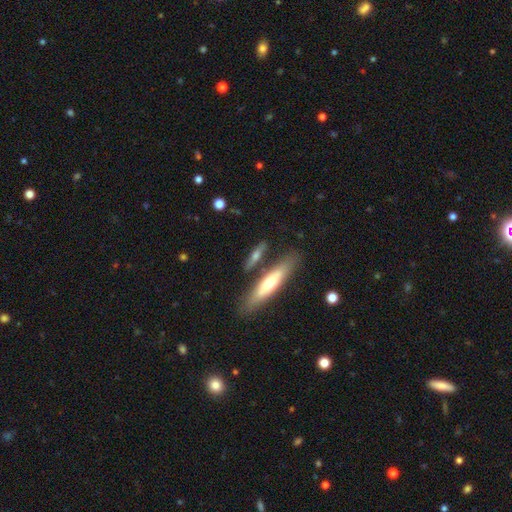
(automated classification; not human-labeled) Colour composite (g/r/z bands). It shows a smooth galaxy with no disk features (49%). Merging: none (72%).